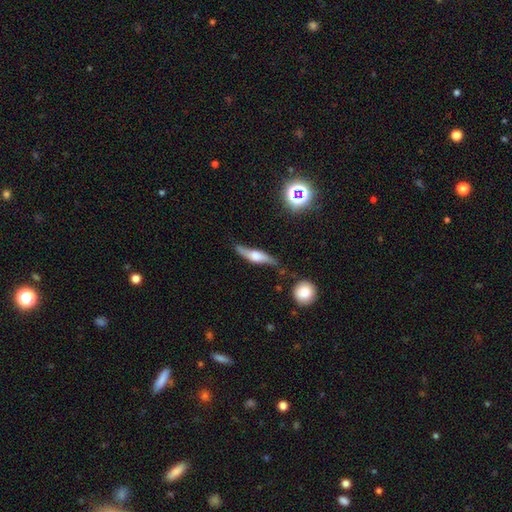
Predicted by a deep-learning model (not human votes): Smooth or featured?
  - featured or disk: 64% *
  - smooth: 29%
  - star or artifact: 7%
Edge-on disk?
  - yes: 76% *
  - no: 24%
Merging?
  - none: 69% *
  - minor disturbance: 22%
  - major disturbance: 6%
  - merger: 4%